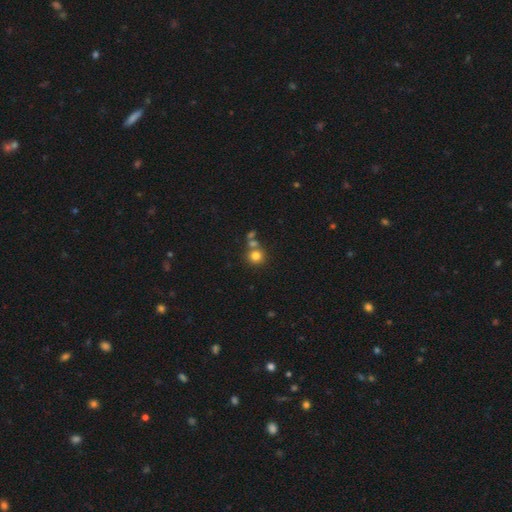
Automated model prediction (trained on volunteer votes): Overall: smooth (79%). How rounded: round (90%). Merging: none (63%; merger 24%).